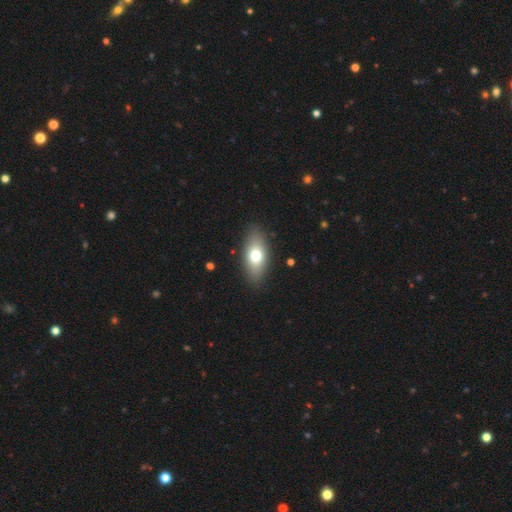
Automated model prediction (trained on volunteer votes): The model was most divided on "smooth or featured": smooth: 71%, featured or disk: 22%, star or artifact: 7%. More confident: merging — none (88%); how rounded — in between (85%).